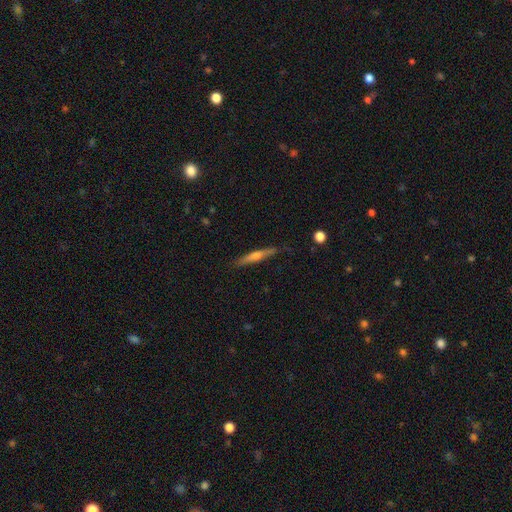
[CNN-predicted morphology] Smooth or featured? featured or disk (56%)
Edge-on disk? yes (96%)
Edge-on bulge? rounded (74%)
Merging? none (83%)